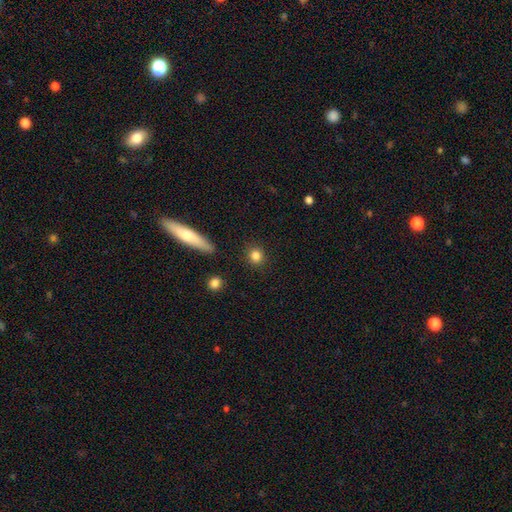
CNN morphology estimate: A smooth galaxy with no disk features (84%) that is round (85%).

Vote fractions:
- Smooth or featured? smooth: 84% / star or artifact: 10% / featured or disk: 6%
- How rounded? round: 85% / in between: 13% / cigar-shaped: 2%
- Merging? none: 88% / minor disturbance: 7% / major disturbance: 2% / merger: 2%